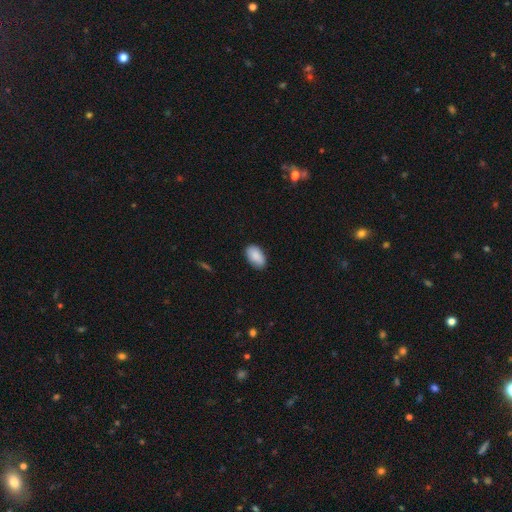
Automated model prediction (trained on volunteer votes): Smooth or featured?
  - smooth: 89% *
  - star or artifact: 6%
  - featured or disk: 5%
How rounded?
  - in between: 94% *
  - round: 4%
  - cigar-shaped: 2%
Merging?
  - none: 83% *
  - minor disturbance: 13%
  - major disturbance: 2%
  - merger: 1%